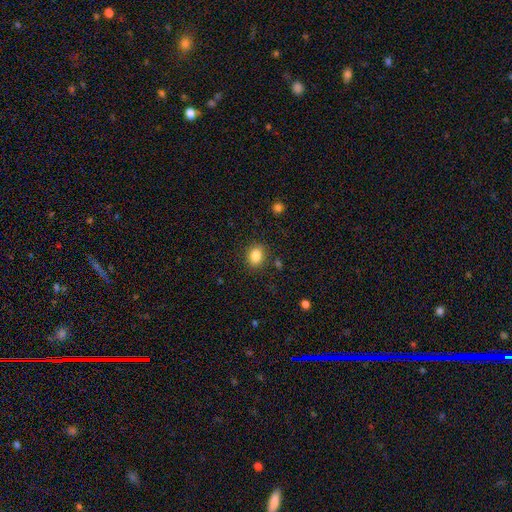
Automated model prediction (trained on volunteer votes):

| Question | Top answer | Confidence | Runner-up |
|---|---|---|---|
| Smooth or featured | smooth | 85% | star or artifact (10%) |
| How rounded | in between | 51% | round (48%) |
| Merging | none | 84% | minor disturbance (11%) |